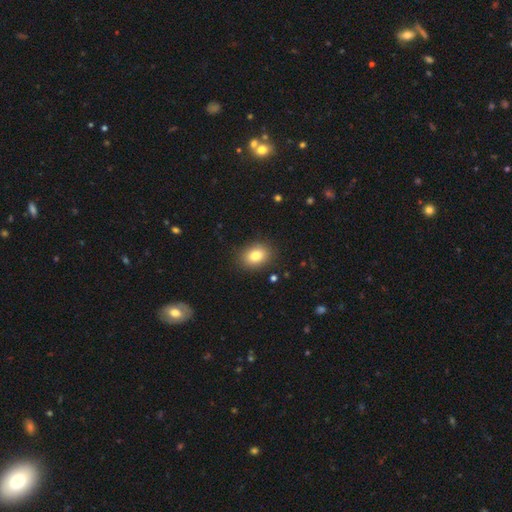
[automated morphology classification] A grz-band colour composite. It shows a smooth galaxy with no disk features (82%) that is in between round and cigar-shaped (65%). Merging: none (87%).